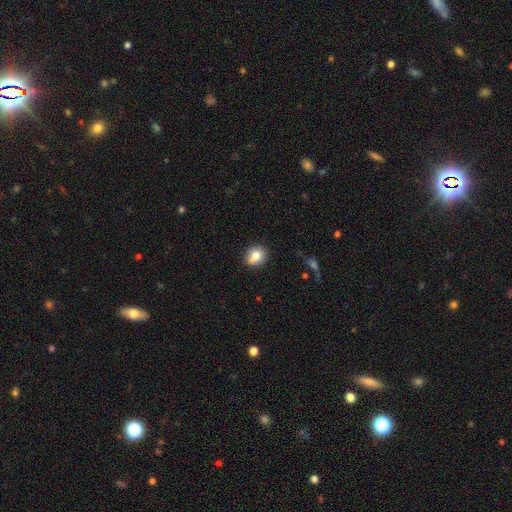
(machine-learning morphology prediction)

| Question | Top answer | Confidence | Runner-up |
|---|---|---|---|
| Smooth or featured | smooth | 78% | featured or disk (12%) |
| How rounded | round | 72% | in between (26%) |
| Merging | none | 63% | minor disturbance (20%) |